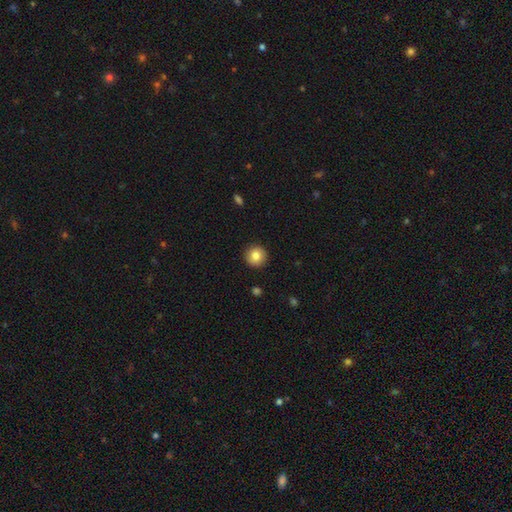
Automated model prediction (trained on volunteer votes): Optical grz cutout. It shows a smooth galaxy with no disk features (84%) that is round (94%). Merging: none (92%).